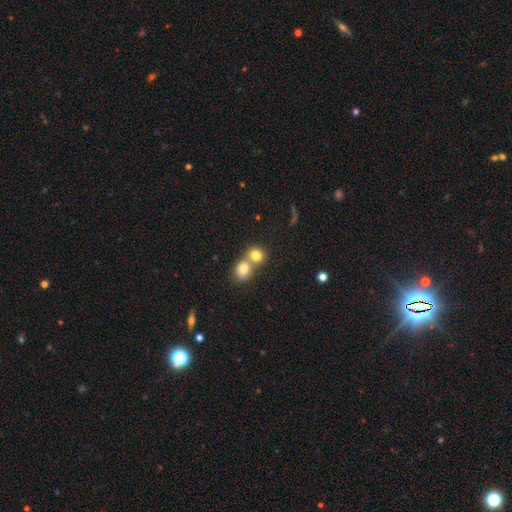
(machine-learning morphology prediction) A smooth galaxy with no disk features (79%) that is round (75%).

Vote fractions:
- Smooth or featured? smooth: 79% / star or artifact: 11% / featured or disk: 11%
- How rounded? round: 75% / in between: 23% / cigar-shaped: 1%
- Merging? merger: 59% / none: 34% / minor disturbance: 5% / major disturbance: 2%